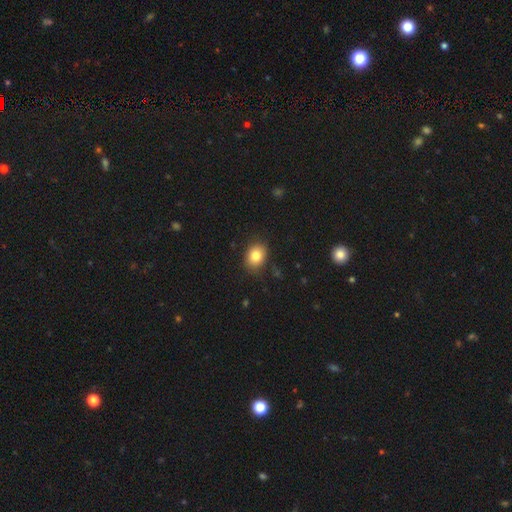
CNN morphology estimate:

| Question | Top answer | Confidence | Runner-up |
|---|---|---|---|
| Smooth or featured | smooth | 83% | star or artifact (9%) |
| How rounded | in between | 58% | round (41%) |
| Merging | none | 84% | minor disturbance (12%) |